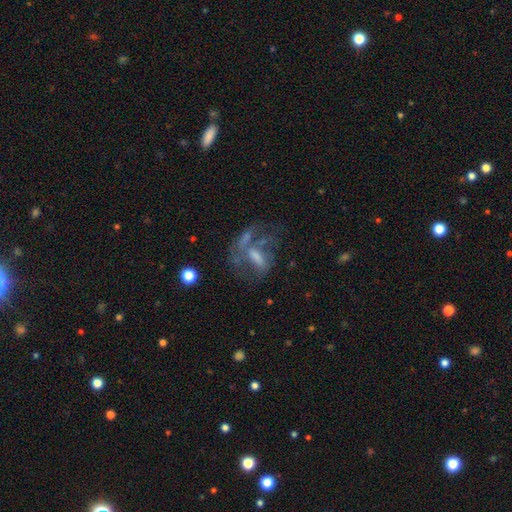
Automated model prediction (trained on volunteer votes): smooth_or_featured: featured or disk (p=0.63) [alt: smooth p=0.22]
disk_edge_on: no (p=0.92) [alt: yes p=0.08]
bar: weak (p=0.38) [alt: no p=0.37]
has_spiral_arms: yes (p=0.54) [alt: no p=0.46]
bulge_size: moderate (p=0.34) [alt: none p=0.28]
merging: none (p=0.36) [alt: major disturbance p=0.34]